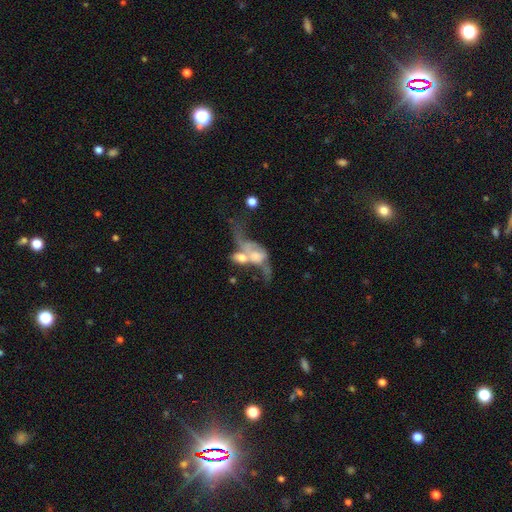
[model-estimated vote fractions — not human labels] Smooth or featured? featured or disk (66%)
Edge-on disk? no (90%)
Bar? no (69%)
Spiral arms? yes (62%)
Bulge size? moderate (31%)
Merging? merger (58%)